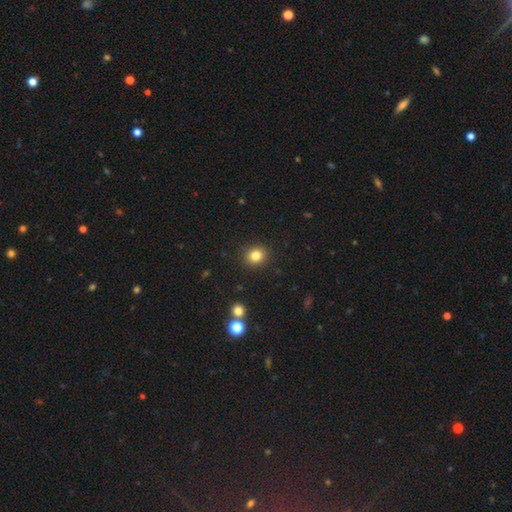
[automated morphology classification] A smooth galaxy with no disk features (82%) that is round (77%). Merging: none (91%).